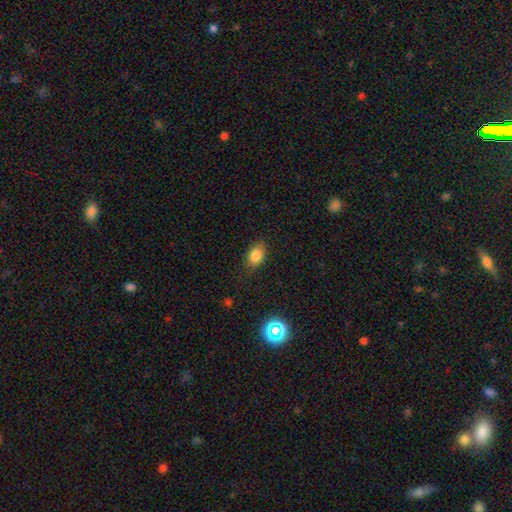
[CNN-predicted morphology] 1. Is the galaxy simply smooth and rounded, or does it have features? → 81% smooth, 11% star or artifact, 8% featured or disk.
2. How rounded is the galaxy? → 79% in between, 19% round, 2% cigar-shaped.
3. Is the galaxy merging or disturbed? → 80% none, 15% minor disturbance, 4% major disturbance, 1% merger.